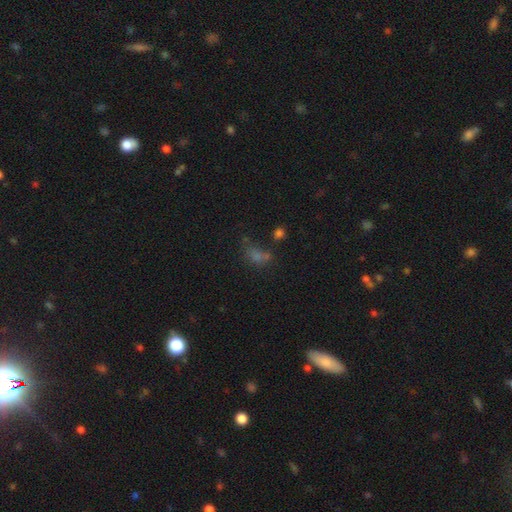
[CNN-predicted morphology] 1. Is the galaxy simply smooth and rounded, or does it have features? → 53% smooth, 32% star or artifact, 15% featured or disk.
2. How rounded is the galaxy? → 67% in between, 27% round, 6% cigar-shaped.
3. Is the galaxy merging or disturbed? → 43% none, 20% merger, 19% major disturbance, 18% minor disturbance.